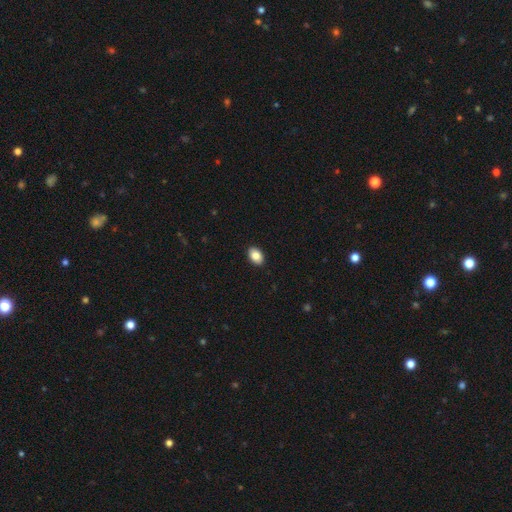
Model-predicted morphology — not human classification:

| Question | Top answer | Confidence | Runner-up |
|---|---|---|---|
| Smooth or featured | smooth | 86% | star or artifact (7%) |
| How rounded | in between | 86% | round (13%) |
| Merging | none | 91% | minor disturbance (7%) |